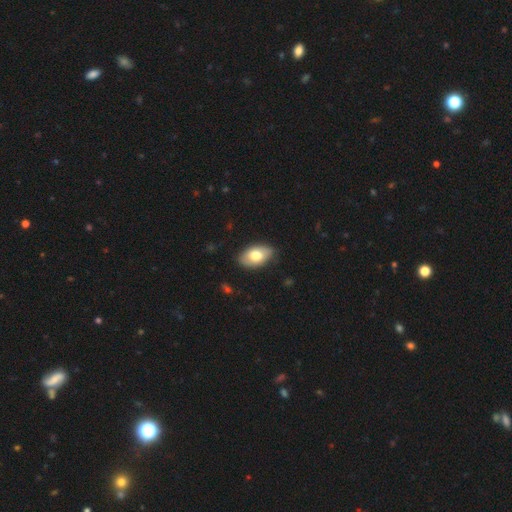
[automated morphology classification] Smooth or featured? Predicted: smooth (p=0.71). How rounded? Predicted: in between (p=0.93). Merging? Predicted: none (p=0.84).